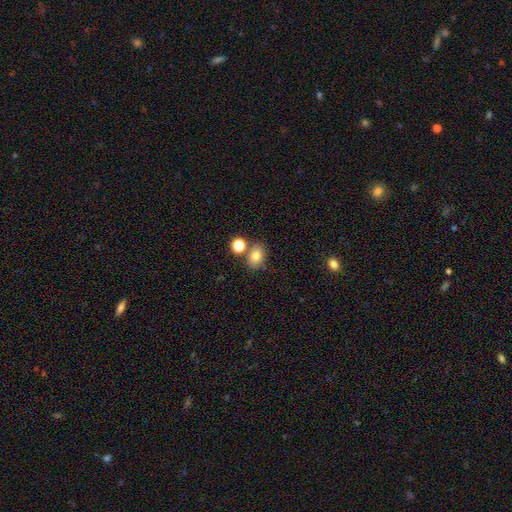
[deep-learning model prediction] Smooth or featured: smooth — 78% (star or artifact — 12%)
How rounded: in between — 61% (round — 37%)
Merging: none — 70% (merger — 16%)